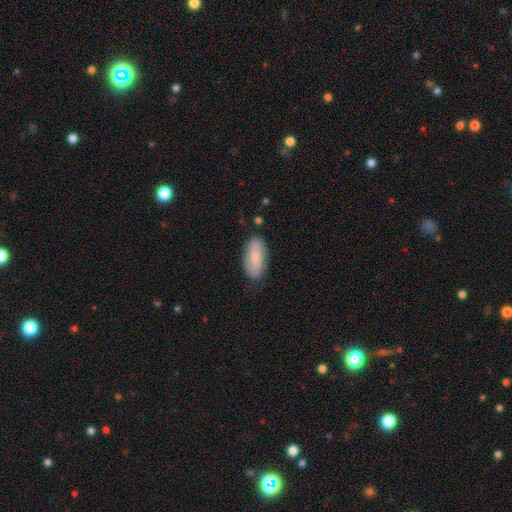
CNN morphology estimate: Smooth or featured? Predicted: smooth (p=0.78). How rounded? Predicted: in between (p=0.88). Merging? Predicted: none (p=0.81).